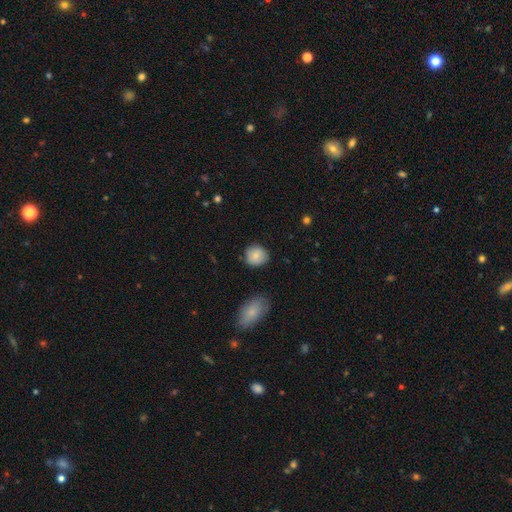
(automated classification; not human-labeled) This is clearly a smooth galaxy (81%). How rounded: clearly round (85%). Merging: clearly none (82%).